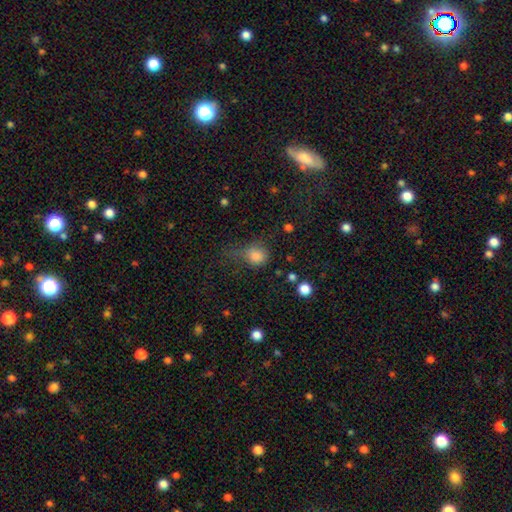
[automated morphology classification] Overall: smooth (79%). How rounded: round (74%). Merging: none (42%; minor disturbance 29%).